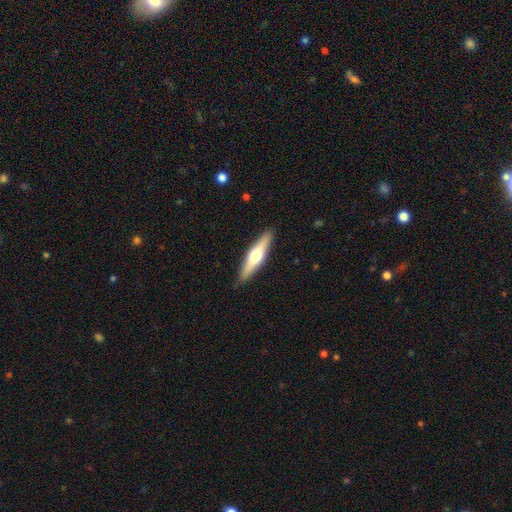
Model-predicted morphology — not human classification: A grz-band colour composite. It shows a featured or disk galaxy (52%) viewed edge-on (94%). Merging: none (89%).